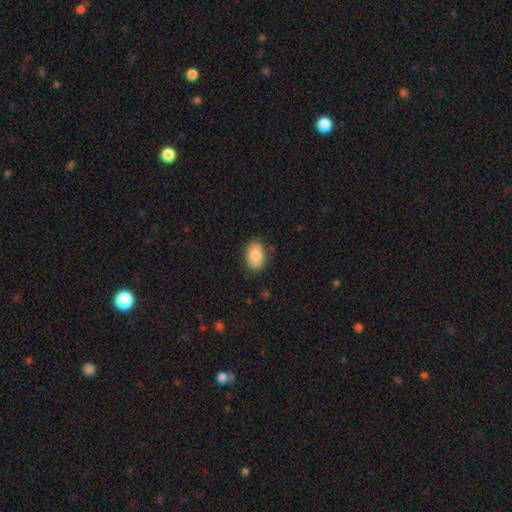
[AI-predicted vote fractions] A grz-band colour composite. It shows a smooth galaxy with no disk features (83%) that is in between round and cigar-shaped (88%). Merging: none (85%).